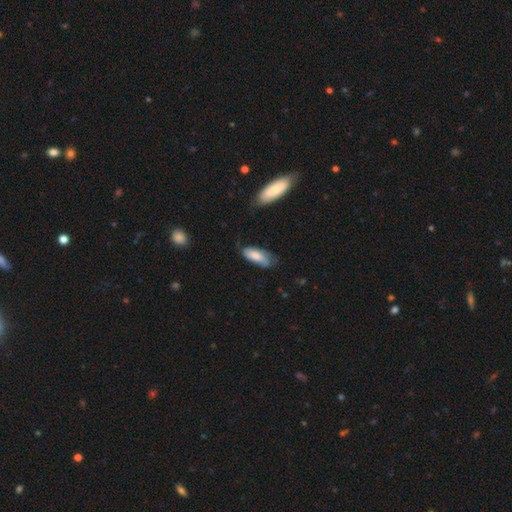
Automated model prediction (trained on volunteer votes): Smooth or featured?
  - smooth: 72% *
  - featured or disk: 21%
  - star or artifact: 6%
How rounded?
  - in between: 77% *
  - cigar-shaped: 21%
  - round: 2%
Merging?
  - none: 49% *
  - minor disturbance: 36%
  - major disturbance: 12%
  - merger: 3%